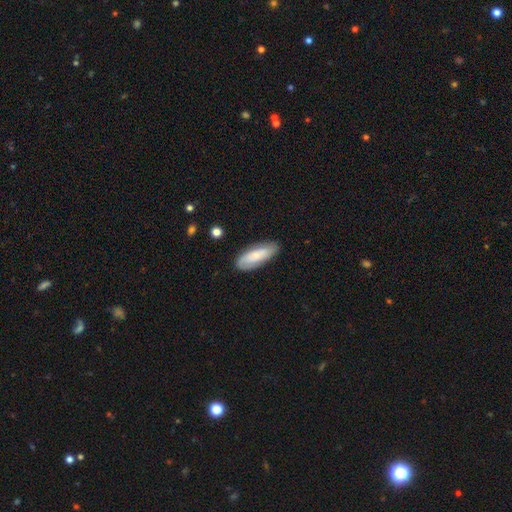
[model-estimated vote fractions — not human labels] smooth_or_featured: smooth (p=0.65) [alt: featured or disk p=0.29]
how_rounded: in between (p=0.70) [alt: cigar-shaped p=0.28]
merging: none (p=0.81) [alt: minor disturbance p=0.15]